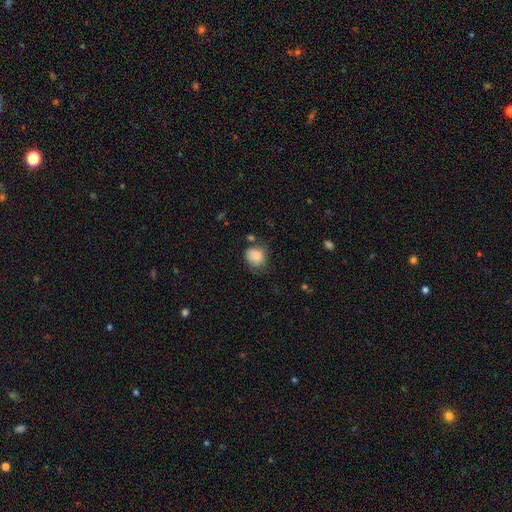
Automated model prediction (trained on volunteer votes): Smooth or featured: smooth — 84% (star or artifact — 8%)
How rounded: round — 63% (in between — 36%)
Merging: none — 50% (minor disturbance — 32%)